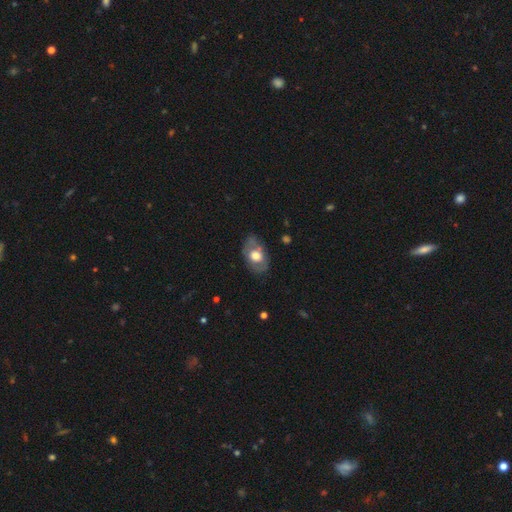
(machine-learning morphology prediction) Q: Smooth or featured?
A: smooth (49%); runner-up: featured or disk (44%)
Q: Merging?
A: none (68%); runner-up: minor disturbance (23%)